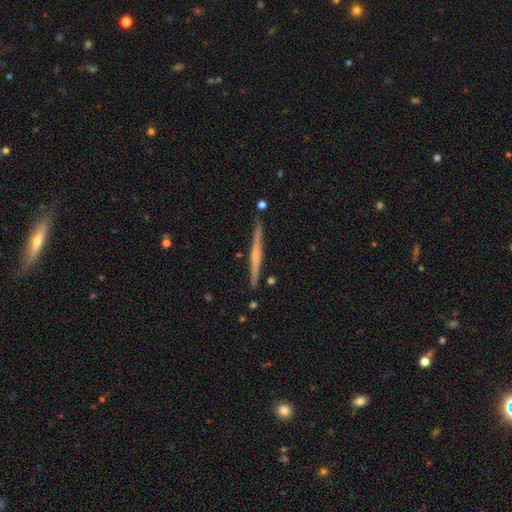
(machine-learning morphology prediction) Overall: featured or disk (71%). Edge-on disk: yes (98%). Edge-on bulge: rounded (52%; none 39%). Merging: none (89%).